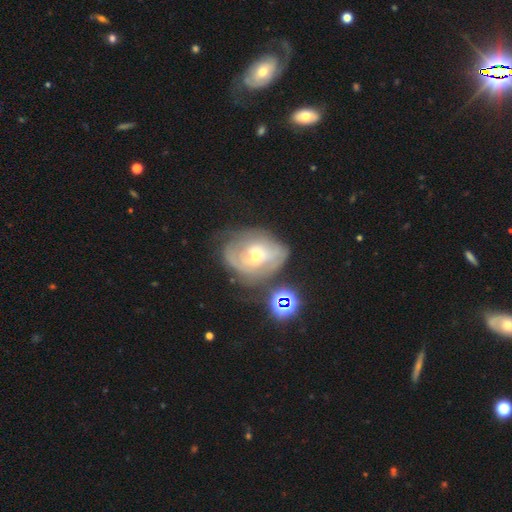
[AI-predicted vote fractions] This appears to be a featured or disk galaxy (67%) with no bar (56%), spiral arms (75%) and a moderate central bulge (49%). Merging: none (48%).